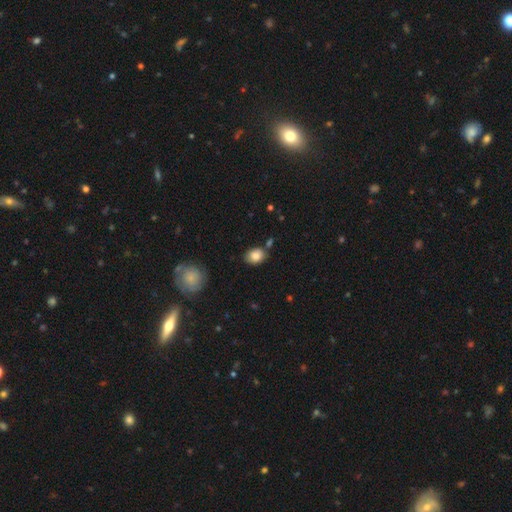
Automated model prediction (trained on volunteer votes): Overall: smooth (85%). How rounded: in between (64%; round 35%). Merging: none (71%).